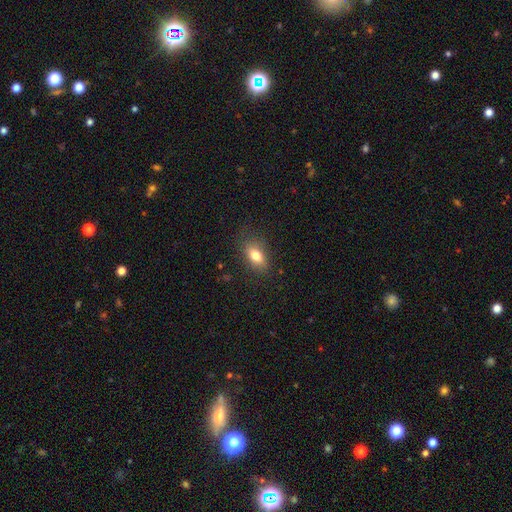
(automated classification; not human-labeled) smooth 76%, featured or disk 15%, star or artifact 9%. Down the decision tree: how rounded — in between (82%); merging — none (79%).